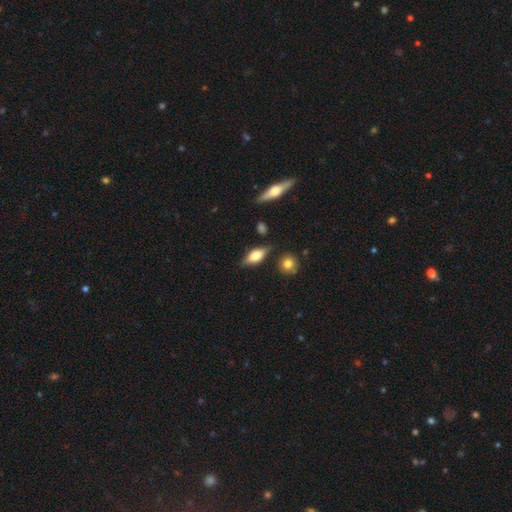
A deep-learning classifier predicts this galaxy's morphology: This is possibly a smooth galaxy (49%). Merging: likely none (79%).